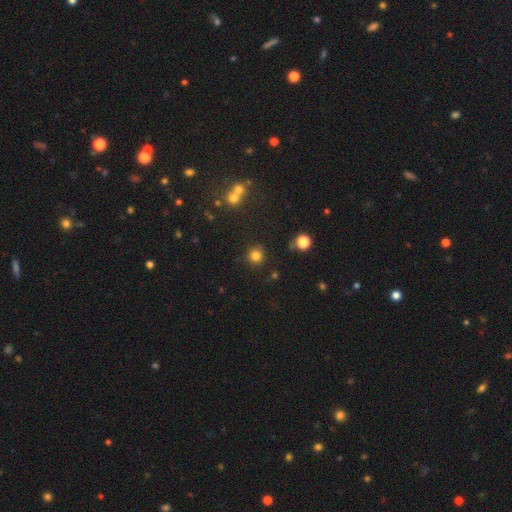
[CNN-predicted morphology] Smooth or featured: smooth — 80% (star or artifact — 15%)
How rounded: round — 93% (in between — 6%)
Merging: none — 87% (minor disturbance — 8%)